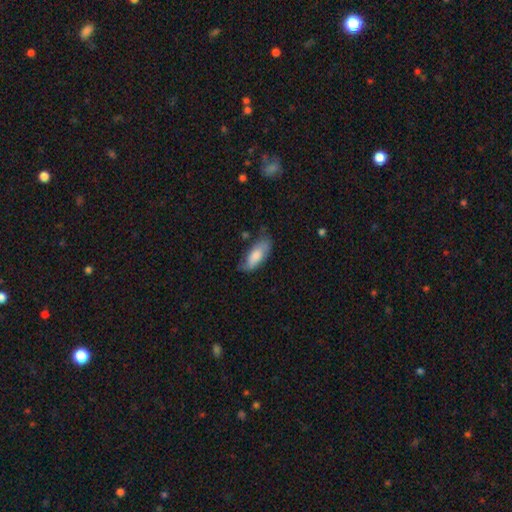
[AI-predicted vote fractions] Smooth or featured: smooth — 78% (featured or disk — 16%)
How rounded: in between — 78% (cigar-shaped — 20%)
Merging: none — 62% (minor disturbance — 29%)